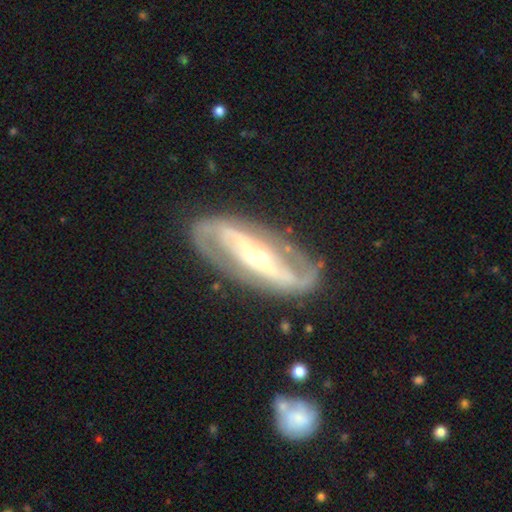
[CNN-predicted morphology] type=featured or disk (88%); edge-on=no (92%); bar=strong (60%); spiral arms=yes (93%); winding=medium (45%); arm count=2 (90%); bulge=moderate (48%); merging=none (81%).